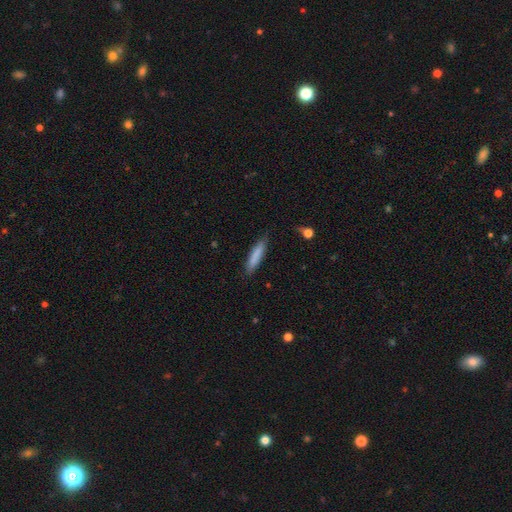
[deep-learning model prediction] Smooth or featured? smooth (83%)
How rounded? cigar-shaped (85%)
Merging? none (84%)